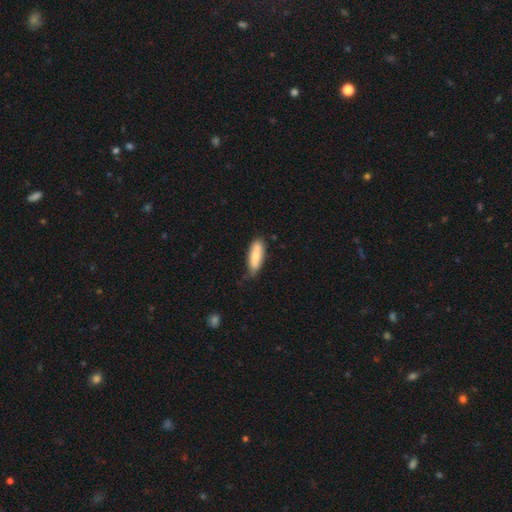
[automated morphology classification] type=smooth (74%); roundness=in between (55%); merging=none (65%).